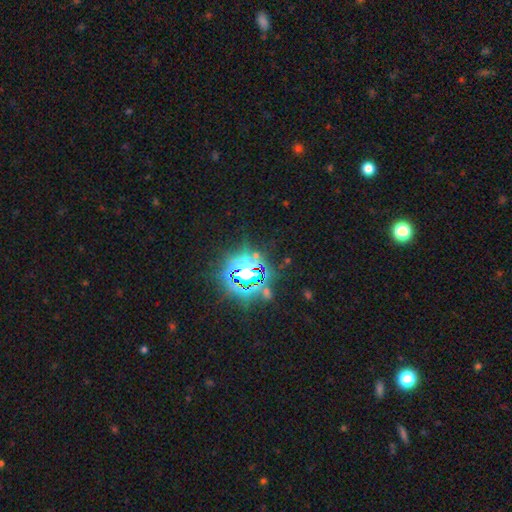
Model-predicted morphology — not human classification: Smooth or featured? star or artifact (80%)